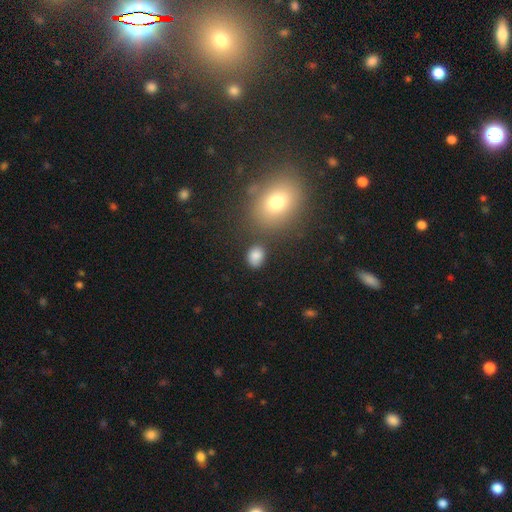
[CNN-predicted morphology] Smooth or featured: smooth — 83% (star or artifact — 11%)
How rounded: in between — 53% (round — 46%)
Merging: none — 74% (minor disturbance — 14%)